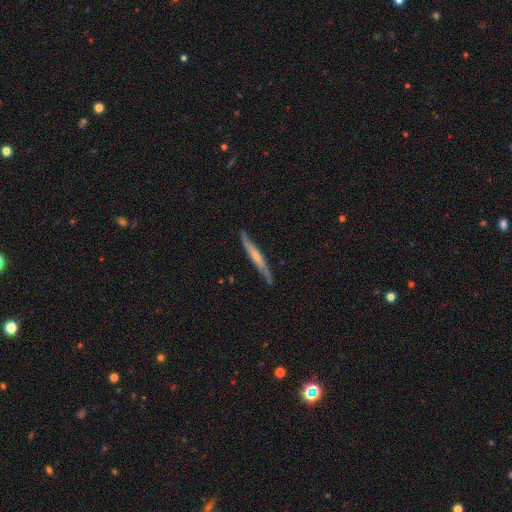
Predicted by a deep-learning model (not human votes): Smooth or featured? Predicted: featured or disk (p=0.60). Edge-on disk? Predicted: yes (p=0.88). Edge-on bulge? Predicted: none (p=0.50). Merging? Predicted: none (p=0.80).